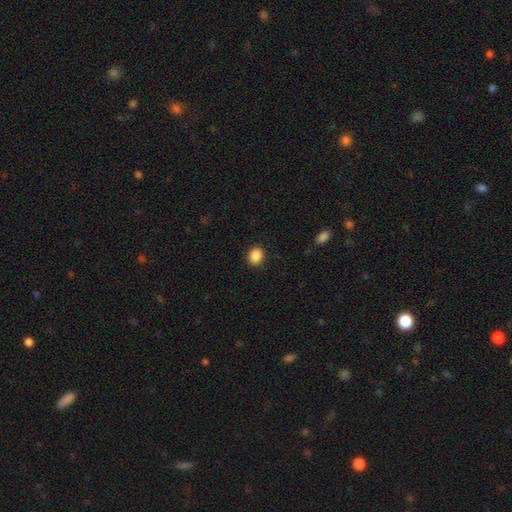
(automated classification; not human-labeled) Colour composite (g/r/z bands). It shows a smooth galaxy with no disk features (88%) that is round (58%). Merging: none (90%).